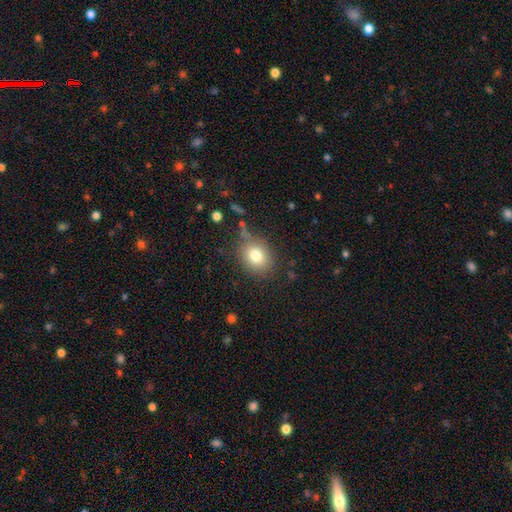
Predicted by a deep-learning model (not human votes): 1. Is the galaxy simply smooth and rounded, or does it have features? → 79% smooth, 11% star or artifact, 10% featured or disk.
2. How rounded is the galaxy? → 58% round, 41% in between, 1% cigar-shaped.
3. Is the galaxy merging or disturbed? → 76% none, 15% minor disturbance, 5% major disturbance, 3% merger.